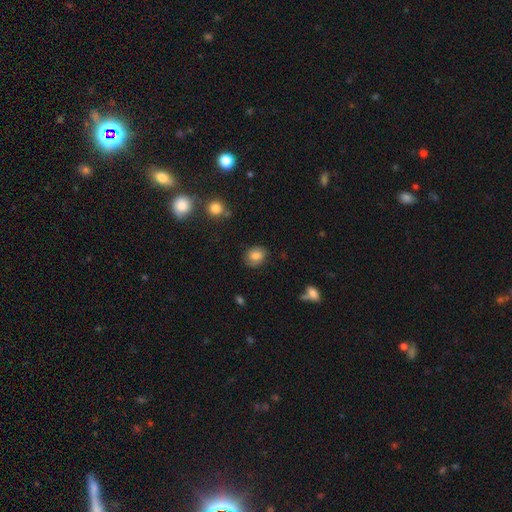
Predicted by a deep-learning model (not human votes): Morphology: type=smooth (66%); roundness=round (59%); merging=none (80%).